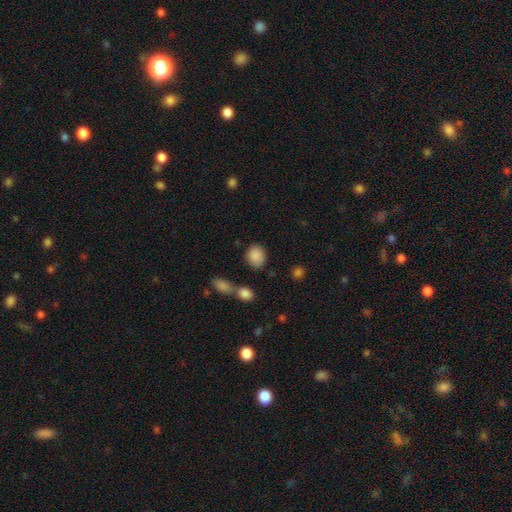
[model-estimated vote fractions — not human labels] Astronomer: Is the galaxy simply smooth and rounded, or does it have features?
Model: smooth — 87%.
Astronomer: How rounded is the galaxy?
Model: round — 50% (runner-up: in between, 48%).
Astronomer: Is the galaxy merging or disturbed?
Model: none — 73%.